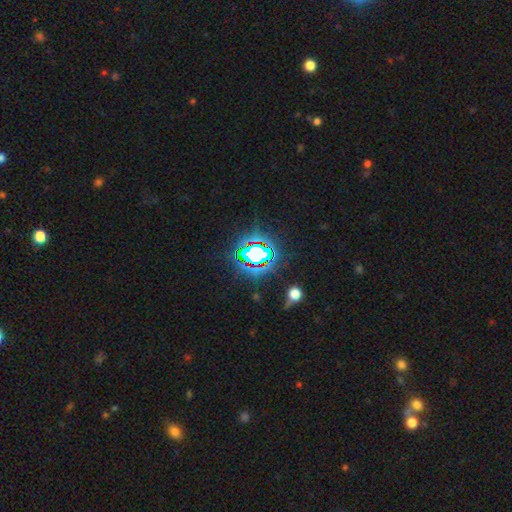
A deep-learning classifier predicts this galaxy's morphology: Smooth or featured? Predicted: star or artifact (p=0.72).